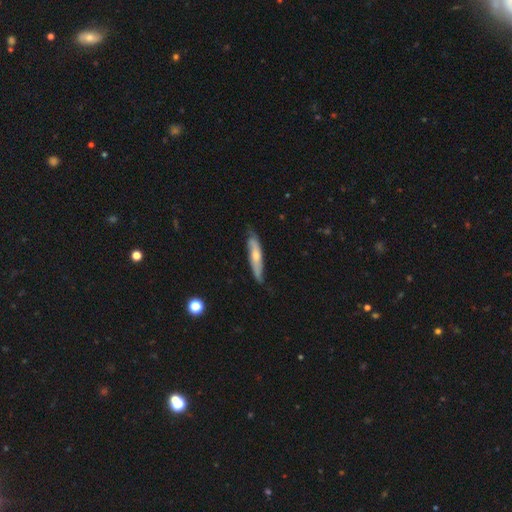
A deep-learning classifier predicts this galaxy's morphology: The model was most divided on "smooth or featured": smooth: 48%, featured or disk: 47%, star or artifact: 6%. More confident: merging — none (70%).